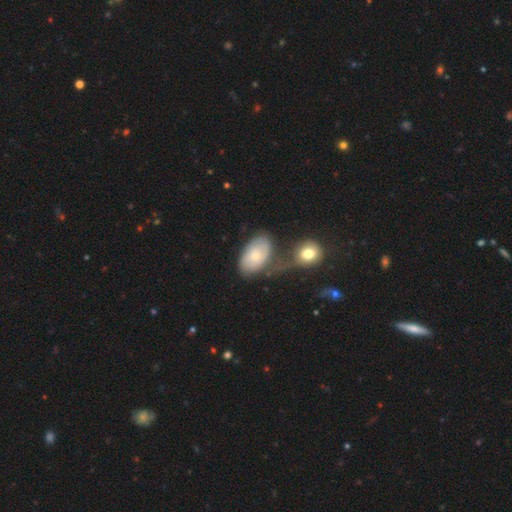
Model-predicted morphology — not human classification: Smooth or featured? Predicted: smooth (p=0.48). Merging? Predicted: none (p=0.43).